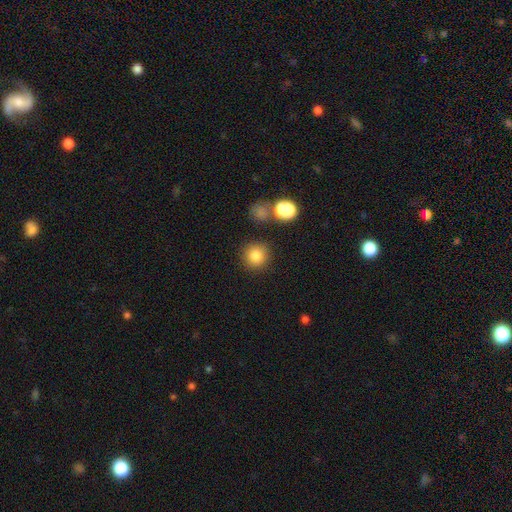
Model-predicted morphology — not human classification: Smooth or featured? Predicted: smooth (p=0.83). How rounded? Predicted: round (p=0.92). Merging? Predicted: none (p=0.86).